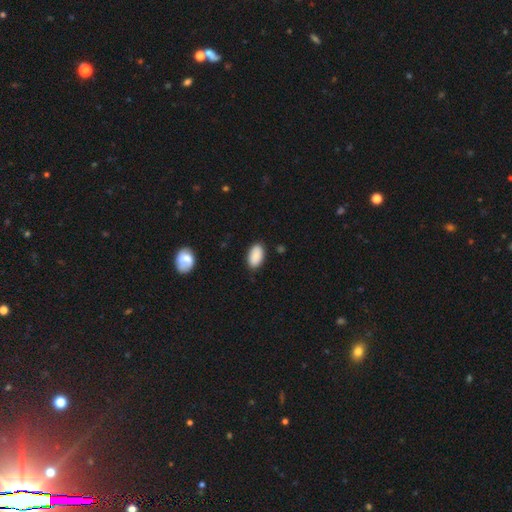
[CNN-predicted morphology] Smooth or featured? Predicted: smooth (p=0.90). How rounded? Predicted: in between (p=0.95). Merging? Predicted: none (p=0.86).